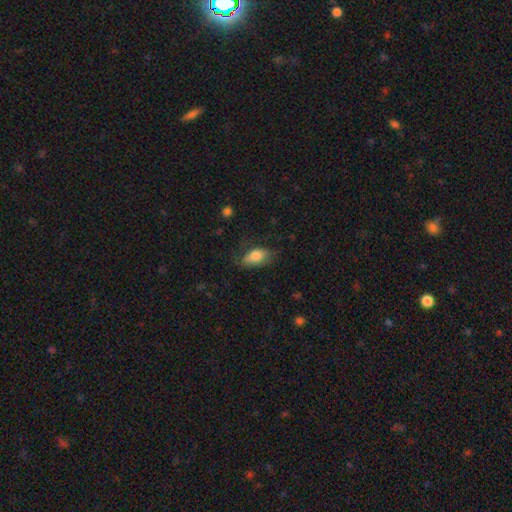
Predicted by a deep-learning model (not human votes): Smooth or featured? Predicted: smooth (p=0.76). How rounded? Predicted: in between (p=0.89). Merging? Predicted: none (p=0.62).